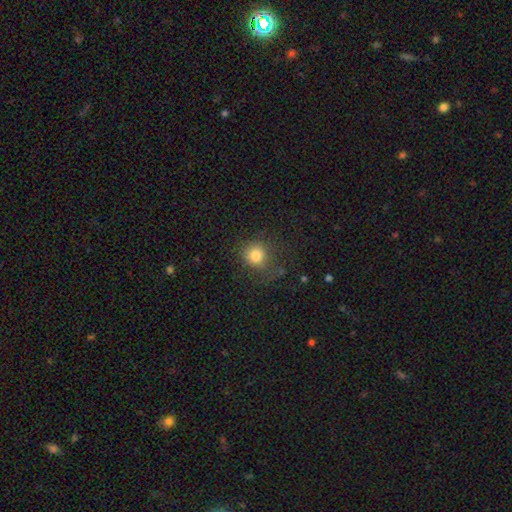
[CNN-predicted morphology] smooth 80%, star or artifact 14%, featured or disk 7%. Down the decision tree: how rounded — round (86%); merging — none (72%).